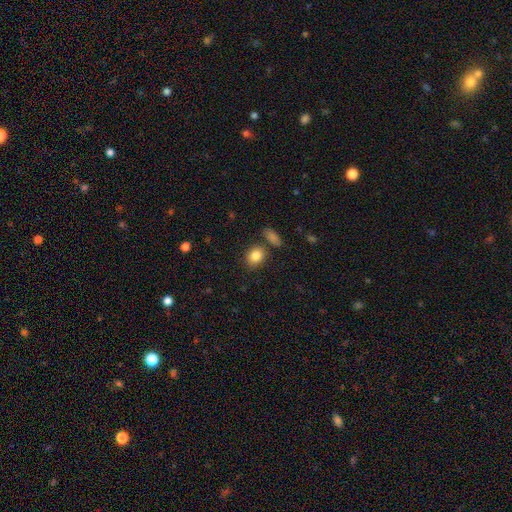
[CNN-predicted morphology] type=smooth (85%); roundness=in between (51%); merging=none (76%).